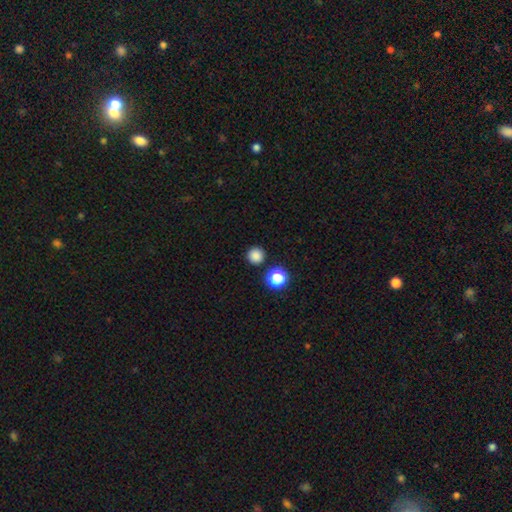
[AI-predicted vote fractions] Morphology: type=smooth (84%); roundness=round (96%); merging=none (89%).